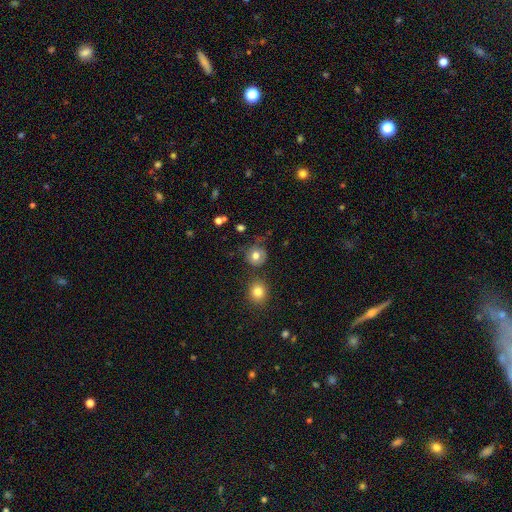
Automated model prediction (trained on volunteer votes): Smooth or featured: smooth — 74% (featured or disk — 15%)
How rounded: round — 86% (in between — 13%)
Merging: none — 65% (minor disturbance — 20%)